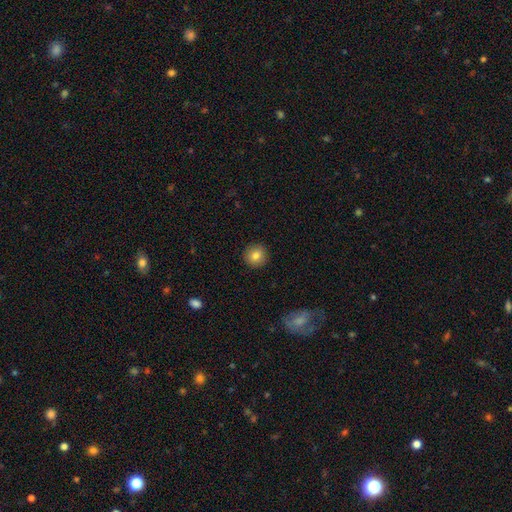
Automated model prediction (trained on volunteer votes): This is clearly a smooth galaxy (82%). How rounded: clearly round (94%). Merging: clearly none (92%).